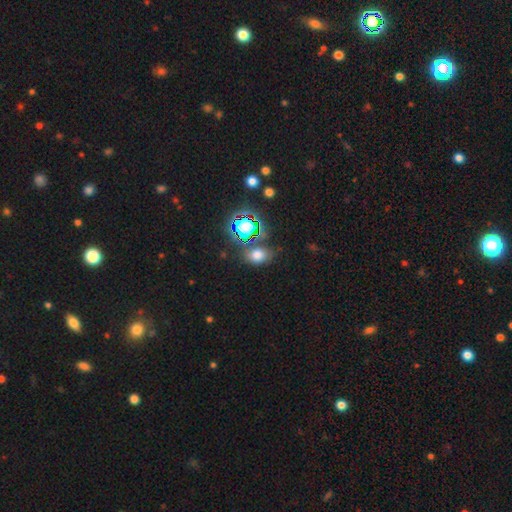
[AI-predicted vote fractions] The model was most divided on "smooth or featured": smooth: 62%, star or artifact: 29%, featured or disk: 9%. More confident: merging — none (71%); how rounded — in between (71%).